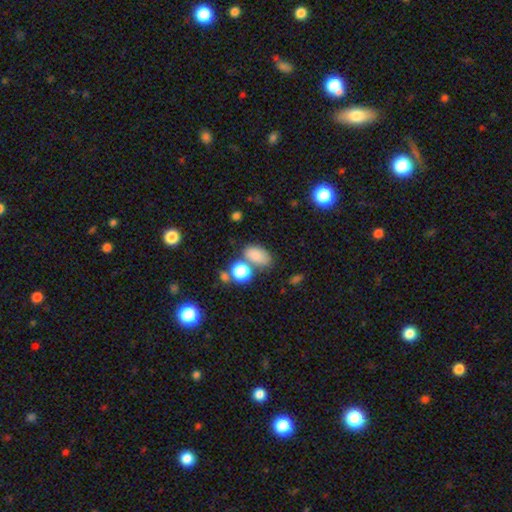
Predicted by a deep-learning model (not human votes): Smooth or featured?
  - smooth: 81% *
  - star or artifact: 11%
  - featured or disk: 8%
How rounded?
  - in between: 85% *
  - round: 13%
  - cigar-shaped: 2%
Merging?
  - none: 54% *
  - merger: 25%
  - minor disturbance: 15%
  - major disturbance: 6%